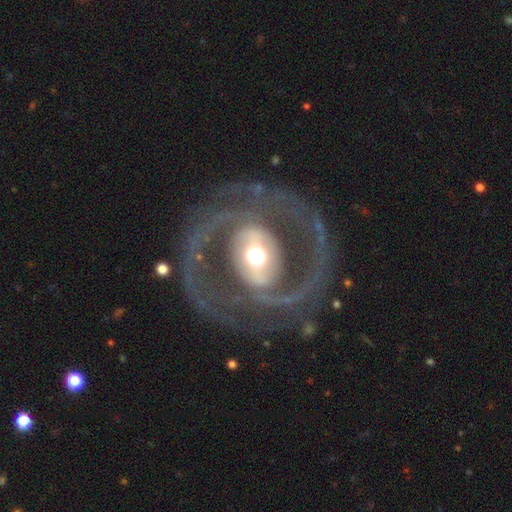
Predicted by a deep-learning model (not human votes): This appears to be a featured or disk galaxy (86%) with a strong bar (38%), 2 (84%) medium (47%) spiral arms (86%) and a moderate central bulge (60%). Merging: none (71%).